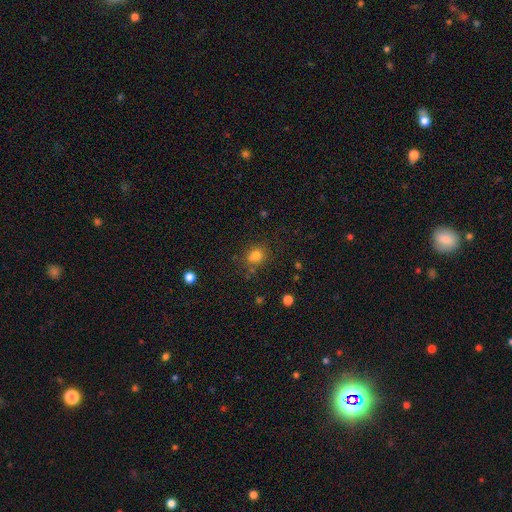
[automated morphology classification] smooth 78%, star or artifact 14%, featured or disk 8%. Down the decision tree: how rounded — round (64%); merging — none (70%).